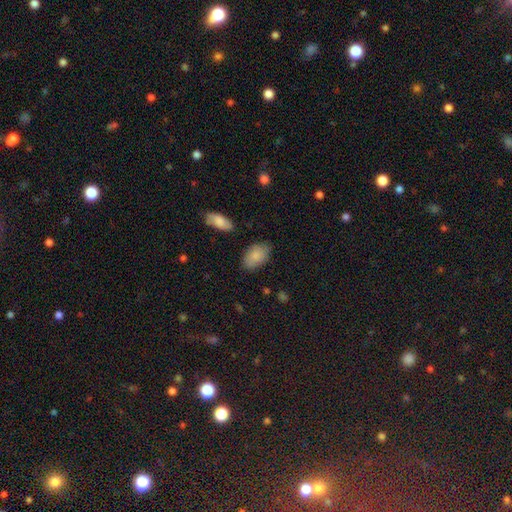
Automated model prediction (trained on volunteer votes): Smooth or featured?
  - smooth: 84% *
  - featured or disk: 9%
  - star or artifact: 6%
How rounded?
  - in between: 92% *
  - round: 6%
  - cigar-shaped: 2%
Merging?
  - none: 79% *
  - minor disturbance: 15%
  - major disturbance: 3%
  - merger: 2%